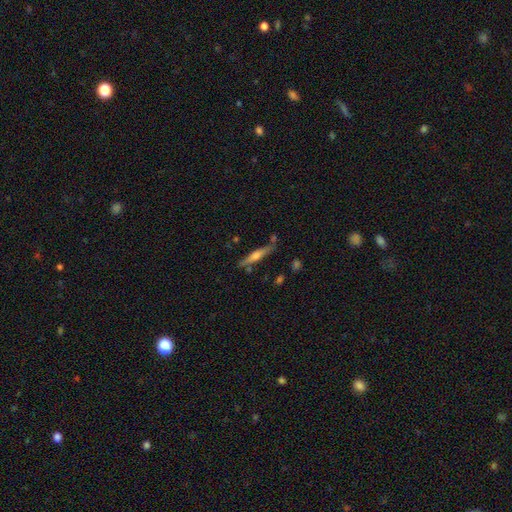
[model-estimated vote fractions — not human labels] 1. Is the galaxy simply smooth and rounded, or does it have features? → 56% featured or disk, 37% smooth, 7% star or artifact.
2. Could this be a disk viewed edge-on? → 95% yes, 5% no.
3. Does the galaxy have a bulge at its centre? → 83% rounded, 9% none, 7% boxy.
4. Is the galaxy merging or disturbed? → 76% none, 14% minor disturbance, 7% merger, 3% major disturbance.